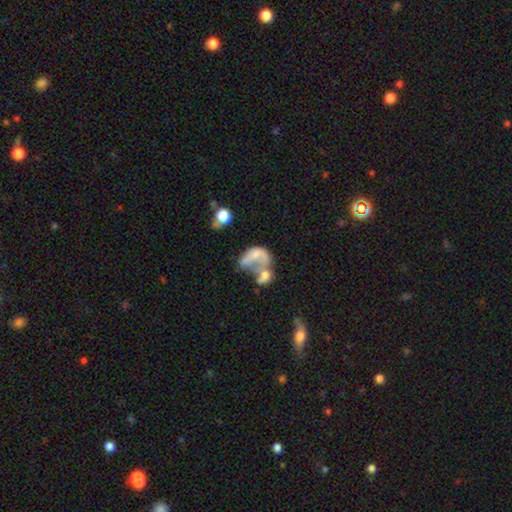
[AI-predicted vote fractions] Overall: featured or disk (46%; smooth 42%). Merging: merger (52%; major disturbance 29%).